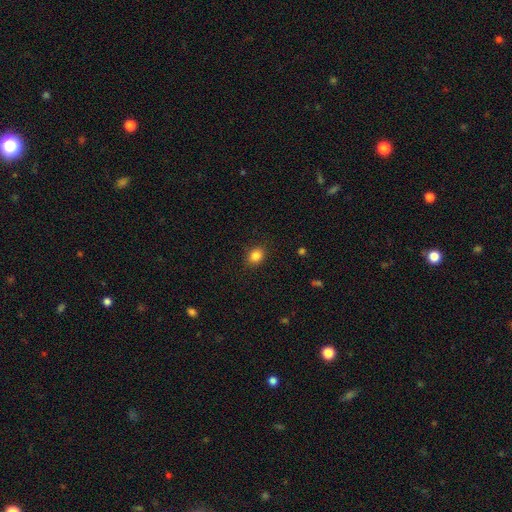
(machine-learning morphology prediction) Smooth or featured? Predicted: smooth (p=0.85). How rounded? Predicted: round (p=0.54). Merging? Predicted: none (p=0.88).